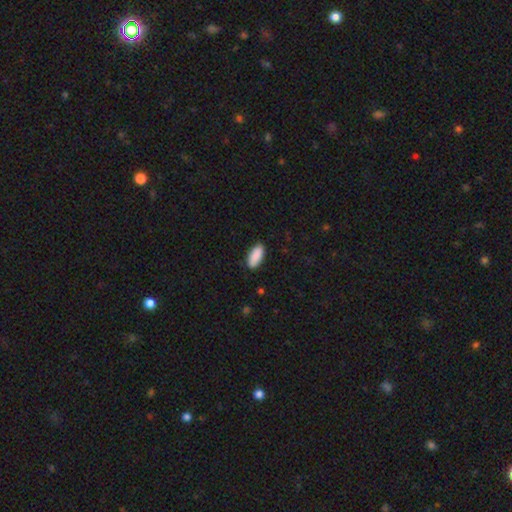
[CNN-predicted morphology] Smooth or featured?
  - smooth: 91% *
  - star or artifact: 6%
  - featured or disk: 3%
How rounded?
  - in between: 88% *
  - cigar-shaped: 10%
  - round: 2%
Merging?
  - none: 88% *
  - minor disturbance: 9%
  - major disturbance: 2%
  - merger: 1%